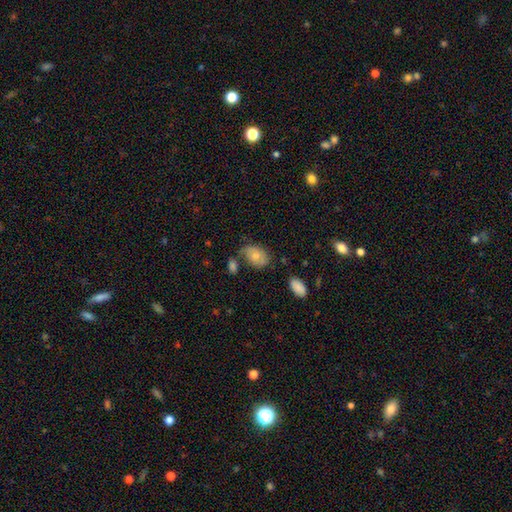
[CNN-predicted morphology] smooth_or_featured: smooth (p=0.70) [alt: featured or disk p=0.23]
how_rounded: in between (p=0.85) [alt: round p=0.14]
merging: none (p=0.48) [alt: minor disturbance p=0.30]